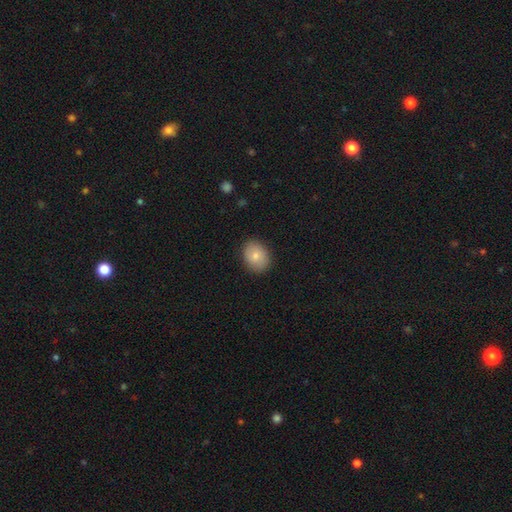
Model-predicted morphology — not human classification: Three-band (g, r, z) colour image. It shows a smooth galaxy with no disk features (80%) that is in between round and cigar-shaped (59%). Merging: none (87%).